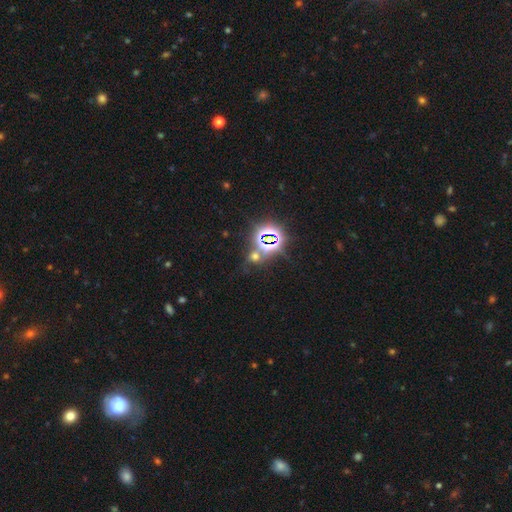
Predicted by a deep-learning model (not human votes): Smooth or featured? Predicted: star or artifact (p=0.69).